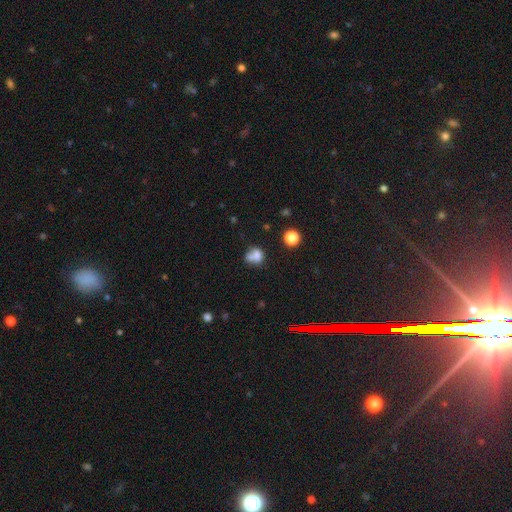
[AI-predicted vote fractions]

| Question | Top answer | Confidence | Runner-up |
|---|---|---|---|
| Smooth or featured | smooth | 71% | featured or disk (16%) |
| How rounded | round | 58% | in between (41%) |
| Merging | merger | 48% | none (31%) |